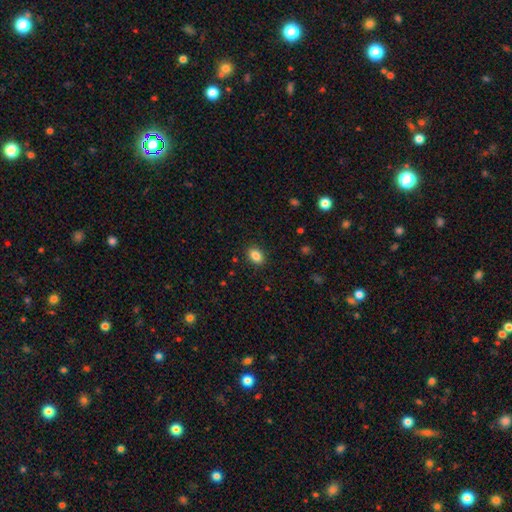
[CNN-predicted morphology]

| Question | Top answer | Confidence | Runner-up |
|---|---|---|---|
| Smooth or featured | smooth | 86% | star or artifact (9%) |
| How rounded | in between | 83% | round (15%) |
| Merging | none | 88% | minor disturbance (8%) |